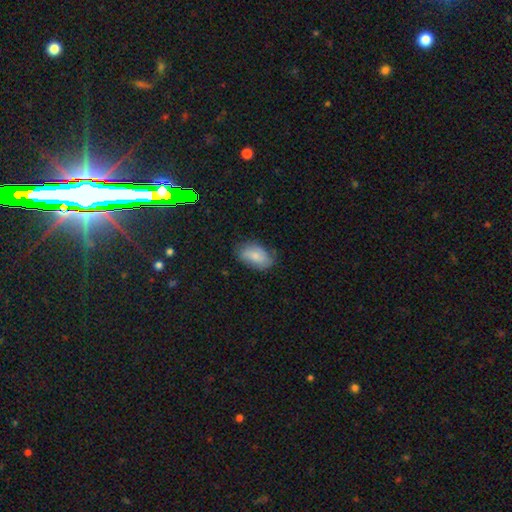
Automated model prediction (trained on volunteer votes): Morphology: type=smooth (70%); roundness=in between (92%); merging=none (63%).